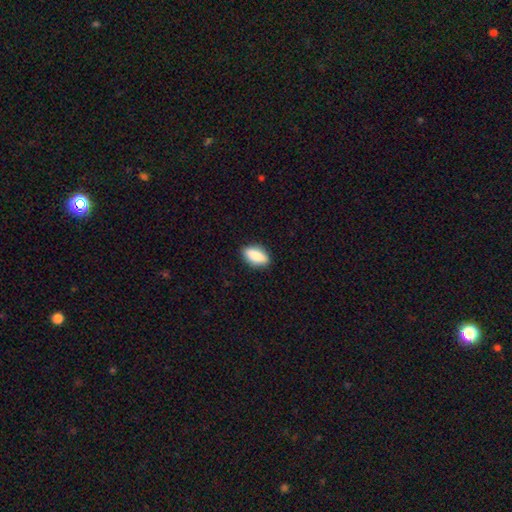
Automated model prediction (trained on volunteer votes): smooth 83%, featured or disk 10%, star or artifact 6%. Down the decision tree: how rounded — in between (82%); merging — none (87%).